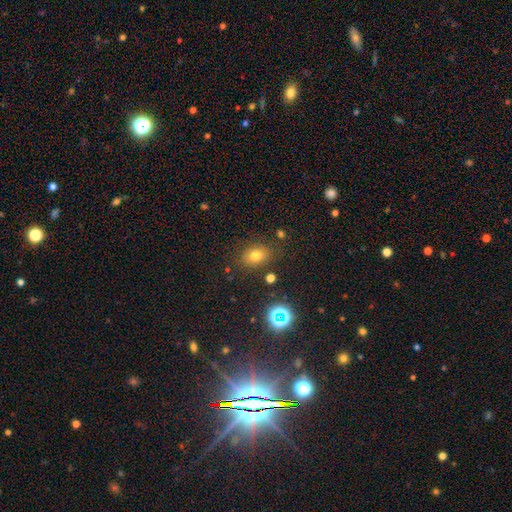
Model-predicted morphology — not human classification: This appears to be a smooth galaxy with no disk features (71%) that is in between round and cigar-shaped (68%). Merging: none (82%).